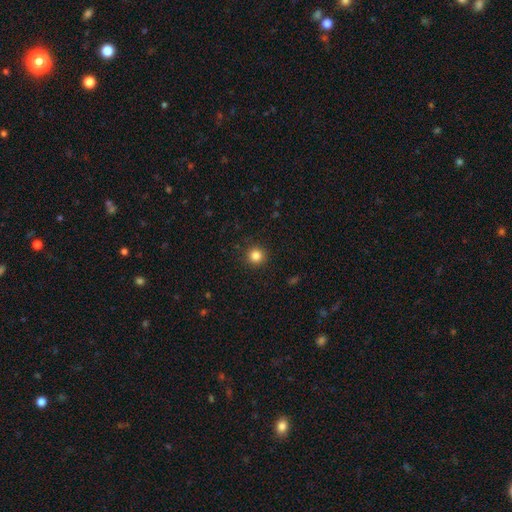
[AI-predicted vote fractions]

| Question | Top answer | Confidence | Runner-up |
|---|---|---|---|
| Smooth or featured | smooth | 84% | star or artifact (11%) |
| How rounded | round | 95% | in between (4%) |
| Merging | none | 92% | minor disturbance (5%) |